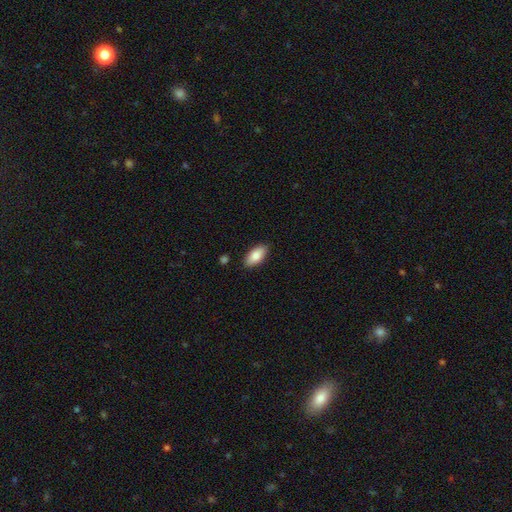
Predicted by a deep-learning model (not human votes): Morphology: type=smooth (84%); roundness=in between (90%); merging=none (87%).